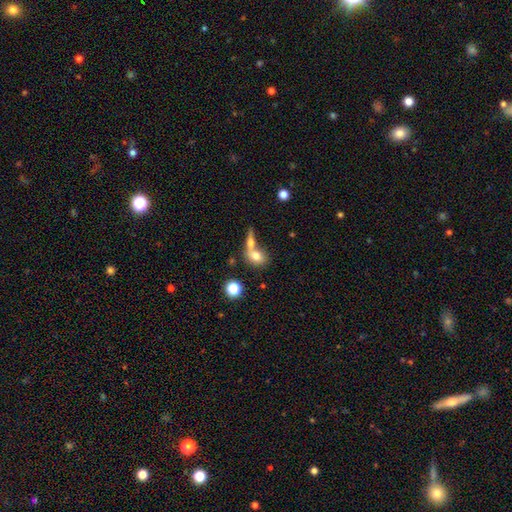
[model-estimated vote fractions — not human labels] smooth-or-featured: smooth: 74% | featured or disk: 16% | star or artifact: 10%
  how-rounded: in between: 54% | round: 41% | cigar-shaped: 5%
  merging: merger: 52% | none: 34% | minor disturbance: 8% | major disturbance: 5%